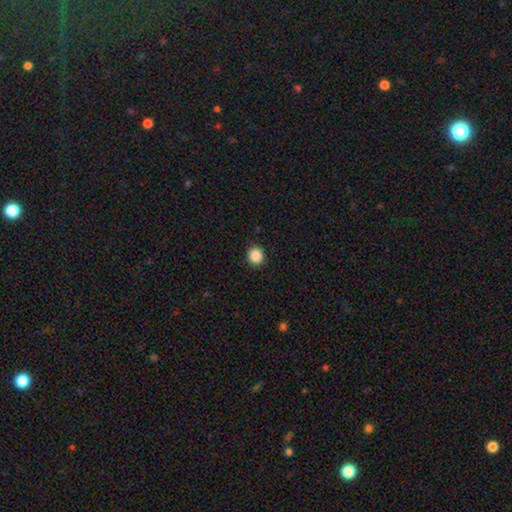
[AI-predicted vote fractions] This appears to be a smooth galaxy with no disk features (88%) that is round (84%). Merging: none (91%).